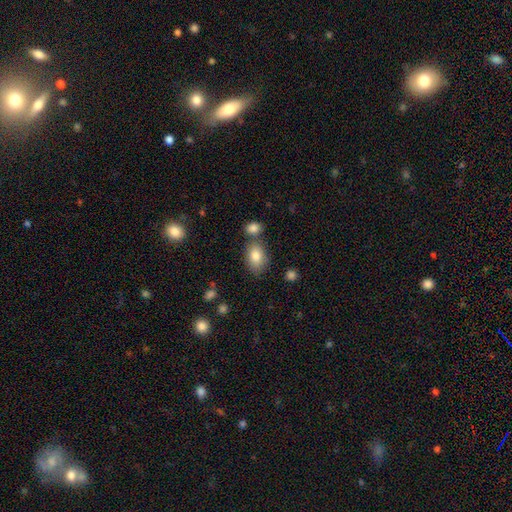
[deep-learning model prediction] Smooth or featured: smooth — 84% (featured or disk — 9%)
How rounded: in between — 83% (round — 16%)
Merging: none — 65% (merger — 17%)